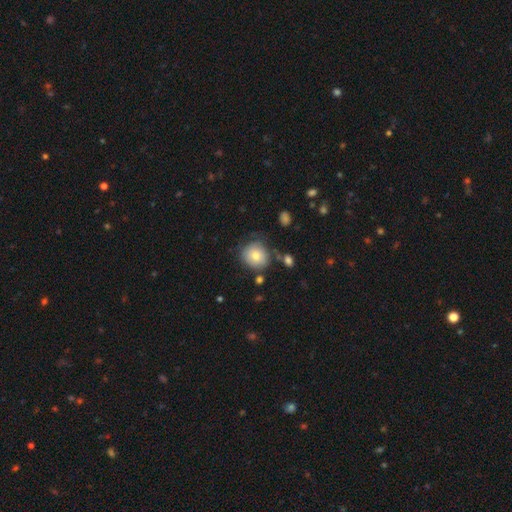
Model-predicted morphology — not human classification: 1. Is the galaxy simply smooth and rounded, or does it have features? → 76% smooth, 15% featured or disk, 9% star or artifact.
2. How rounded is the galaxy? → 84% round, 16% in between, 1% cigar-shaped.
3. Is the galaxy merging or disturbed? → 69% none, 20% minor disturbance, 6% major disturbance, 5% merger.